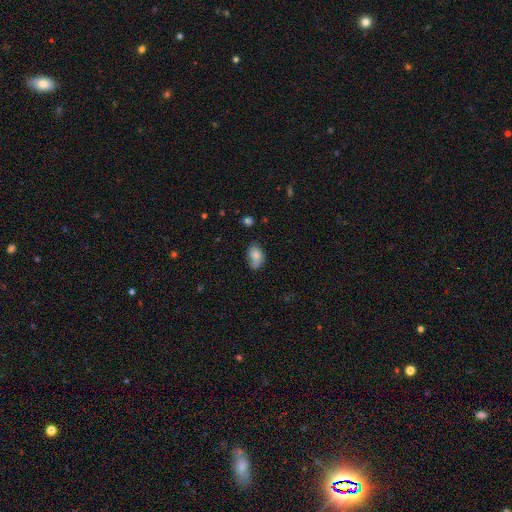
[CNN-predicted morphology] A smooth galaxy with no disk features (77%) that is in between round and cigar-shaped (88%). Merging: none (55%).